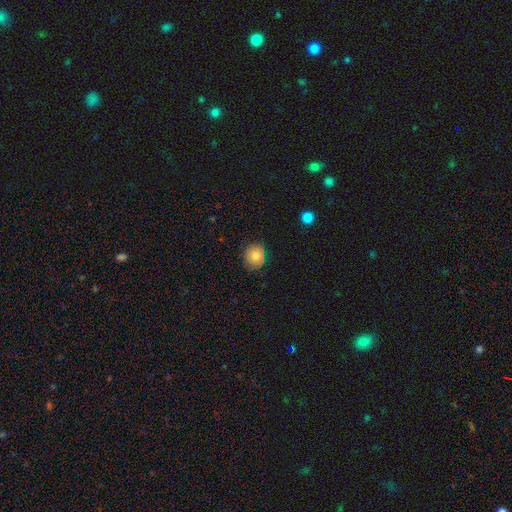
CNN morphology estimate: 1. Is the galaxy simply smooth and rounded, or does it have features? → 79% smooth, 12% featured or disk, 9% star or artifact.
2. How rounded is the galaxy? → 84% round, 15% in between, 1% cigar-shaped.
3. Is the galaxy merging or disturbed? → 82% none, 14% minor disturbance, 3% major disturbance, 1% merger.